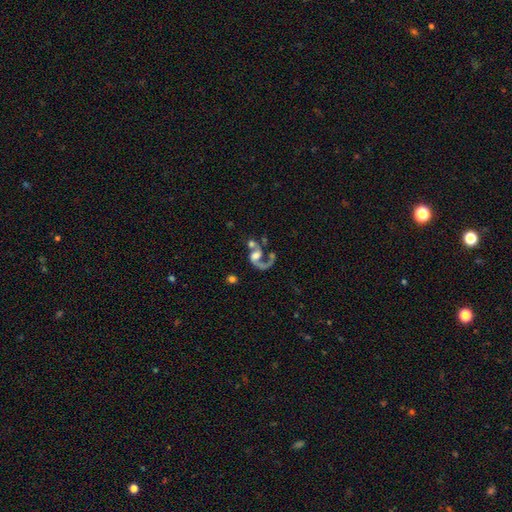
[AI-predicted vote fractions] Smooth or featured: featured or disk — 71% (smooth — 20%)
Edge-on disk: no — 97% (yes — 3%)
Bar: no — 64% (weak — 26%)
Spiral arms: yes — 84% (no — 16%)
Spiral winding: loose — 63% (medium — 27%)
Spiral arm count: 1 — 78% (2 — 16%)
Bulge size: moderate — 39% (large — 26%)
Merging: merger — 34% (major disturbance — 32%)